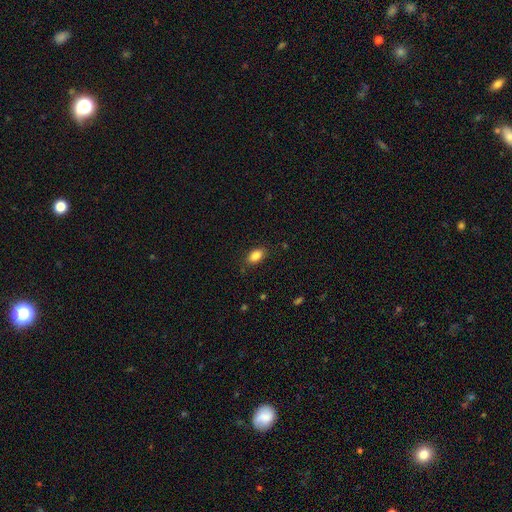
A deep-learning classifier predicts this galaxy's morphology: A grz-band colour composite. It shows a smooth galaxy with no disk features (85%) that is in between round and cigar-shaped (88%). Merging: none (85%).